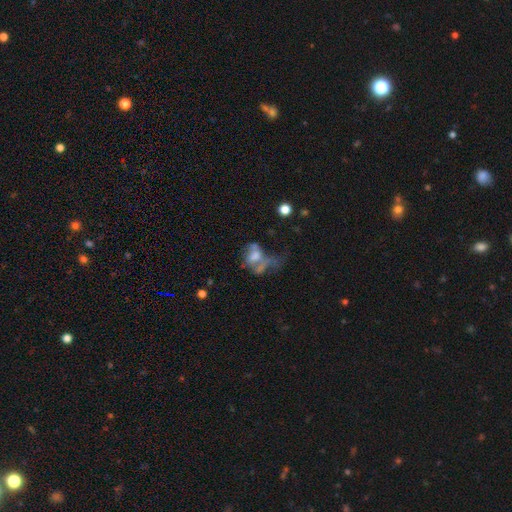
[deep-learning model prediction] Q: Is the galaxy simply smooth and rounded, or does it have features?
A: smooth — 43%.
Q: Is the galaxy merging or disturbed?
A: major disturbance — 40%.